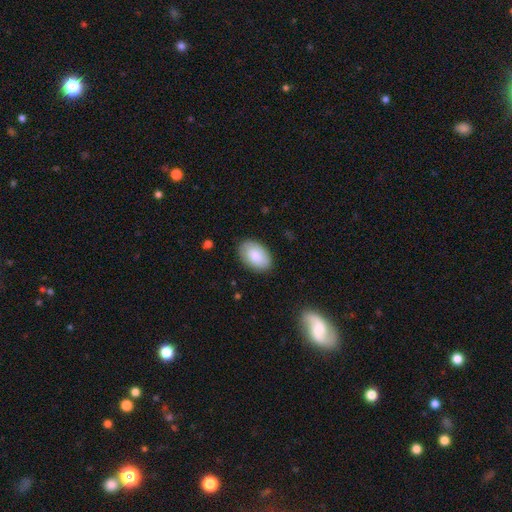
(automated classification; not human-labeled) Overall: smooth (84%). How rounded: in between (92%). Merging: none (85%).